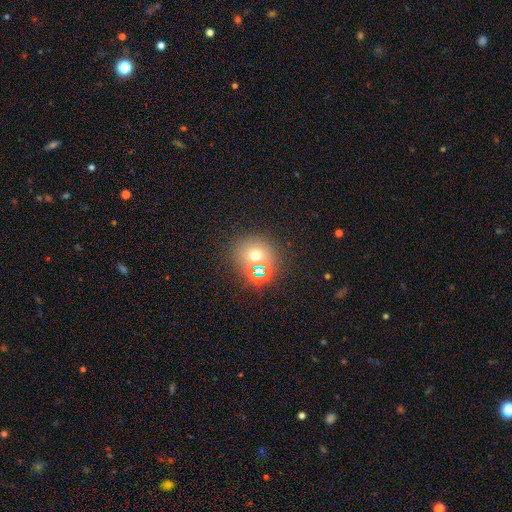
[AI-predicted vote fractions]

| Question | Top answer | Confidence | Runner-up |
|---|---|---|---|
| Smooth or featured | smooth | 57% | star or artifact (31%) |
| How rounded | round | 83% | in between (16%) |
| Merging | none | 66% | merger (21%) |